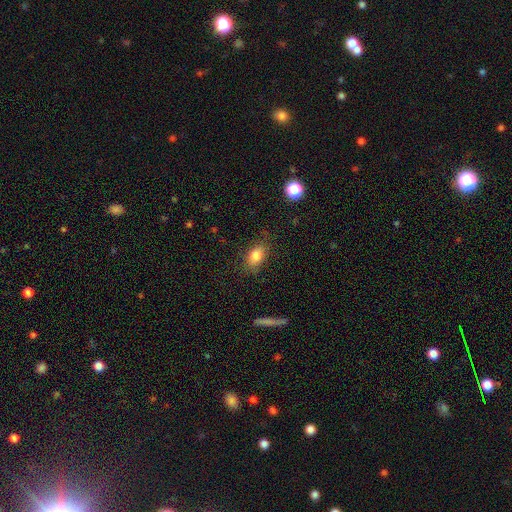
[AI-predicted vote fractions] Overall: smooth (82%). How rounded: in between (83%). Merging: none (79%).